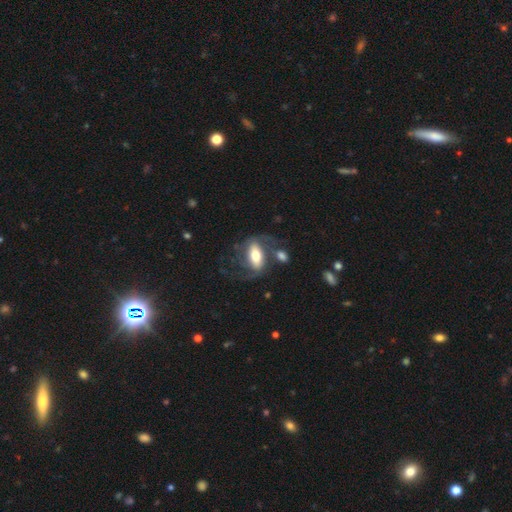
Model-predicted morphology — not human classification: A featured or disk galaxy (51%).

Vote fractions:
- Smooth or featured? featured or disk: 51% / smooth: 43% / star or artifact: 6%
- Edge-on disk? no: 87% / yes: 13%
- Merging? none: 42% / major disturbance: 24% / minor disturbance: 18% / merger: 15%